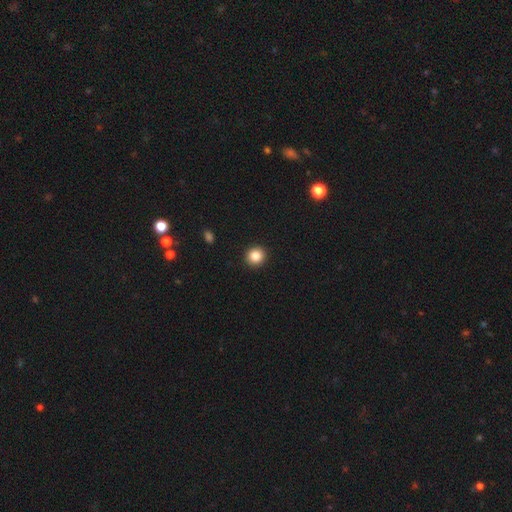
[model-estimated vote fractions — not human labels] A smooth galaxy with no disk features (85%) that is round (91%).

Vote fractions:
- Smooth or featured? smooth: 85% / star or artifact: 10% / featured or disk: 5%
- How rounded? round: 91% / in between: 8% / cigar-shaped: 1%
- Merging? none: 93% / minor disturbance: 5% / major disturbance: 2% / merger: 1%